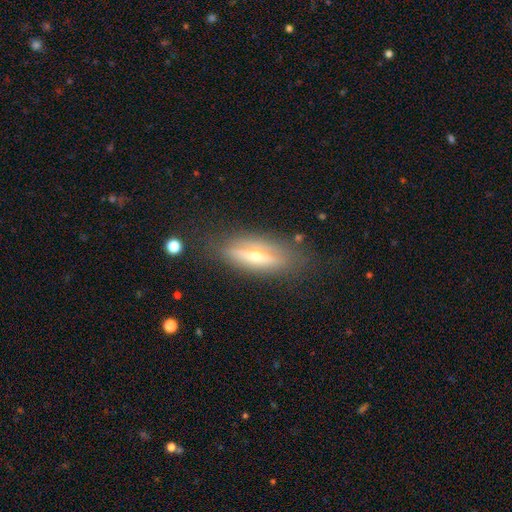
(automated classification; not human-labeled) smooth-or-featured: featured or disk: 62% | smooth: 31% | star or artifact: 7%
  disk-edge-on: yes: 85% | no: 15%
    edge-on-bulge: rounded: 89% | none: 6% | boxy: 4%
  merging: none: 79% | minor disturbance: 14% | major disturbance: 5% | merger: 2%